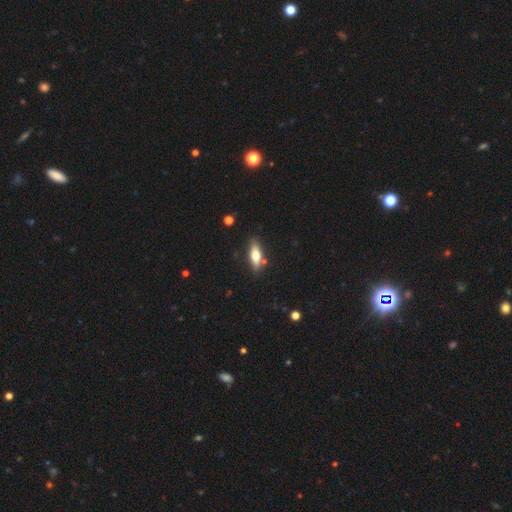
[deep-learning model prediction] Morphology: type=smooth (61%); roundness=in between (57%); merging=none (80%).